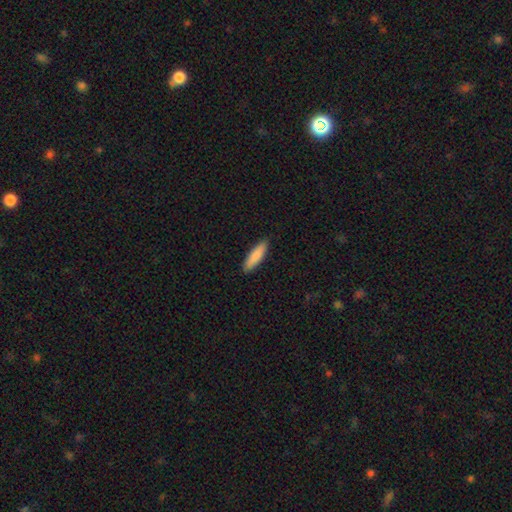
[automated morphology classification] smooth 84%, featured or disk 11%, star or artifact 5%. Down the decision tree: how rounded — cigar-shaped (68%); merging — none (90%).